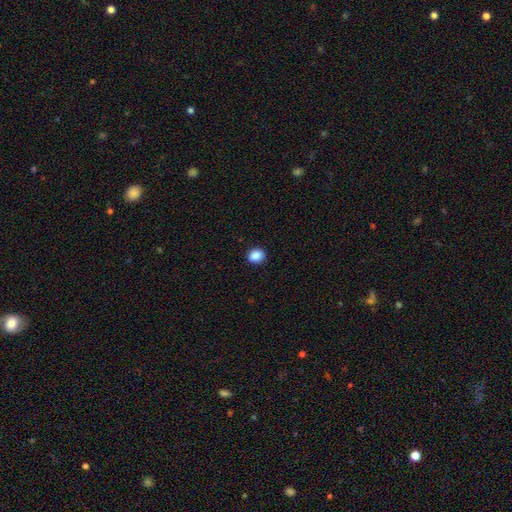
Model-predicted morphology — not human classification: The model was most divided on "how rounded": round: 70%, in between: 29%, cigar-shaped: 1%. More confident: merging — none (91%); smooth or featured — smooth (89%).